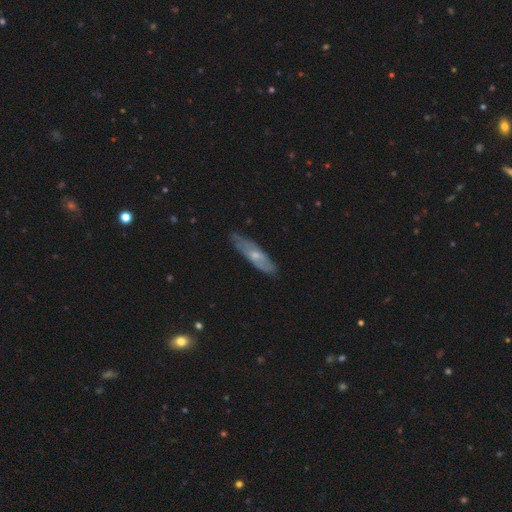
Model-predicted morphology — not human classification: Smooth or featured?
  - featured or disk: 58% *
  - smooth: 36%
  - star or artifact: 6%
Edge-on disk?
  - no: 61% *
  - yes: 39%
Merging?
  - none: 73% *
  - minor disturbance: 21%
  - major disturbance: 4%
  - merger: 2%